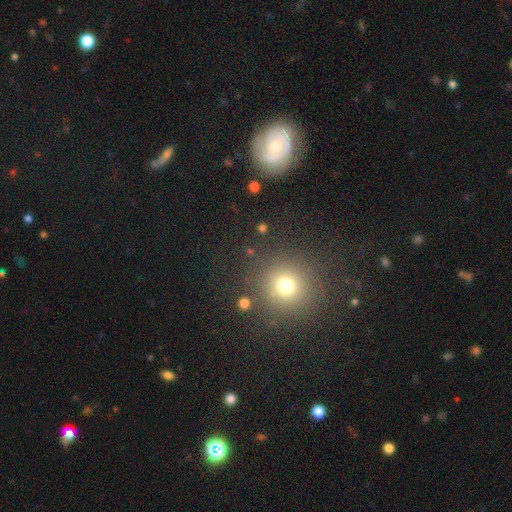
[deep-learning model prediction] Smooth or featured? Predicted: smooth (p=0.50). Merging? Predicted: none (p=0.88).